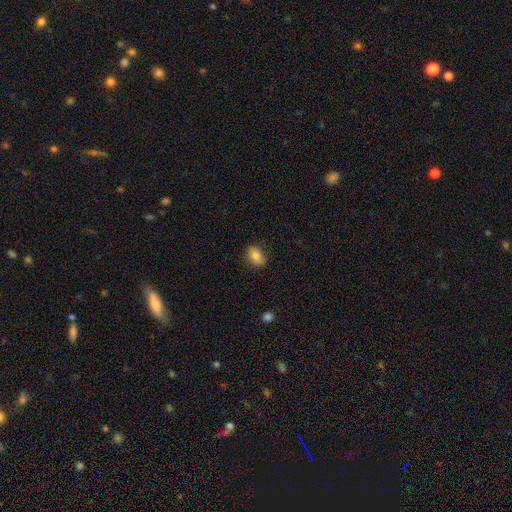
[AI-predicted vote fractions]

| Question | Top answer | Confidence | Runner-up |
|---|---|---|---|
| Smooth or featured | smooth | 82% | featured or disk (9%) |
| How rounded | in between | 74% | round (25%) |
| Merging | none | 81% | minor disturbance (15%) |